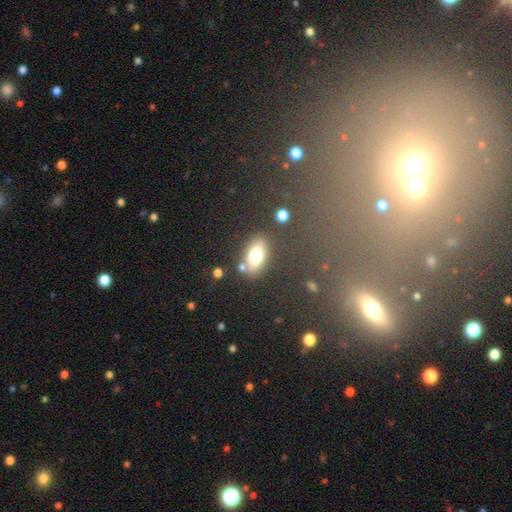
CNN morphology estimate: type=smooth (76%); roundness=in between (86%); merging=none (76%).